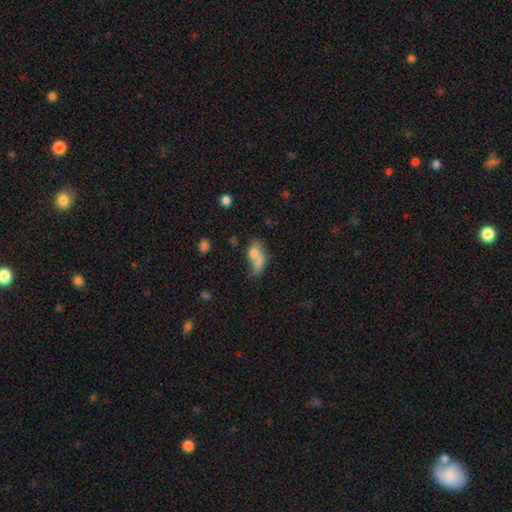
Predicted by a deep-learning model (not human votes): A smooth galaxy with no disk features (68%) that is in between round and cigar-shaped (72%). Merging: merger (53%).